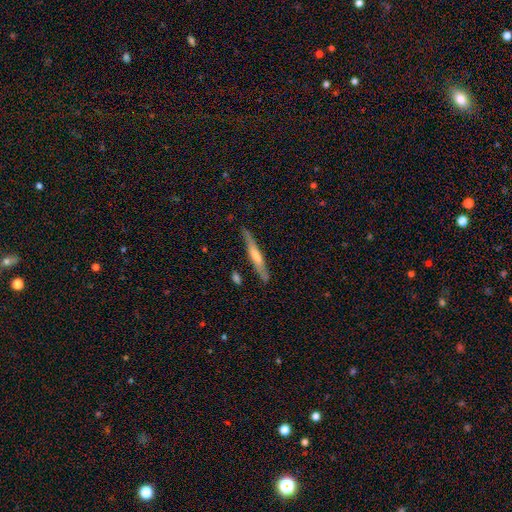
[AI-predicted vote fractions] smooth-or-featured: featured or disk: 56% | smooth: 38% | star or artifact: 6%
  disk-edge-on: yes: 93% | no: 7%
    edge-on-bulge: rounded: 50% | none: 32% | boxy: 18%
  merging: none: 83% | minor disturbance: 13% | major disturbance: 2% | merger: 2%